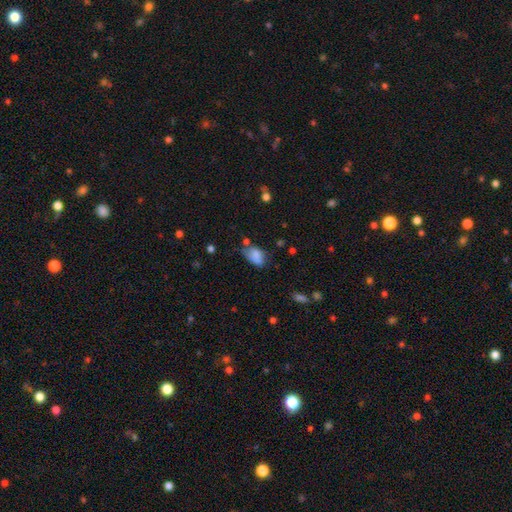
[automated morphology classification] Smooth or featured?
  - smooth: 76% *
  - featured or disk: 14%
  - star or artifact: 10%
How rounded?
  - in between: 88% *
  - round: 9%
  - cigar-shaped: 2%
Merging?
  - none: 40% *
  - minor disturbance: 35%
  - major disturbance: 15%
  - merger: 9%